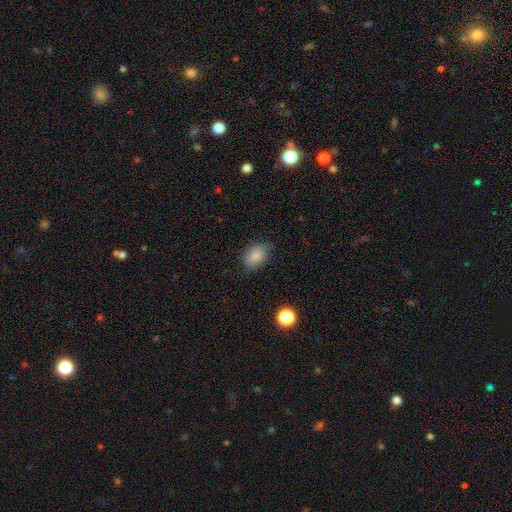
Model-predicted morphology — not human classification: smooth_or_featured: smooth (p=0.85) [alt: star or artifact p=0.09]
how_rounded: in between (p=0.79) [alt: round p=0.20]
merging: none (p=0.74) [alt: minor disturbance p=0.21]